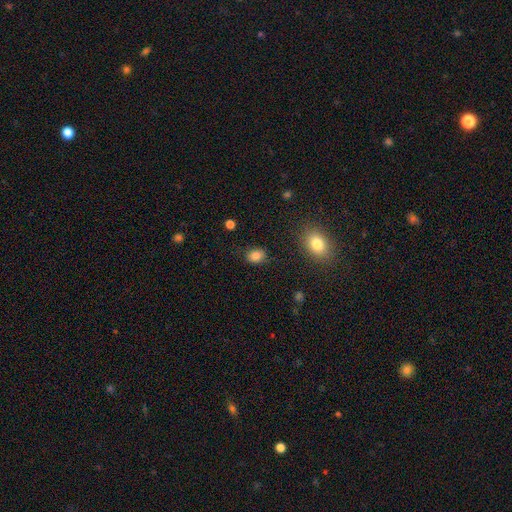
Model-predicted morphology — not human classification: type=smooth (84%); roundness=in between (59%); merging=none (83%).